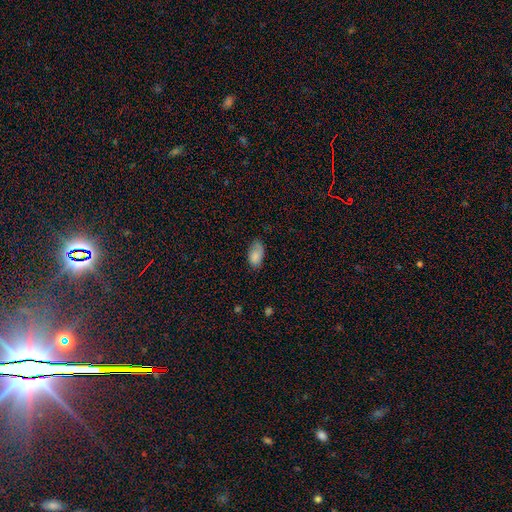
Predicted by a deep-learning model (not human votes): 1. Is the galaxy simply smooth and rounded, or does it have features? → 81% smooth, 12% featured or disk, 8% star or artifact.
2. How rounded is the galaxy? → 93% in between, 4% round, 2% cigar-shaped.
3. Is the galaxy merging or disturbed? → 61% none, 29% minor disturbance, 8% major disturbance, 2% merger.